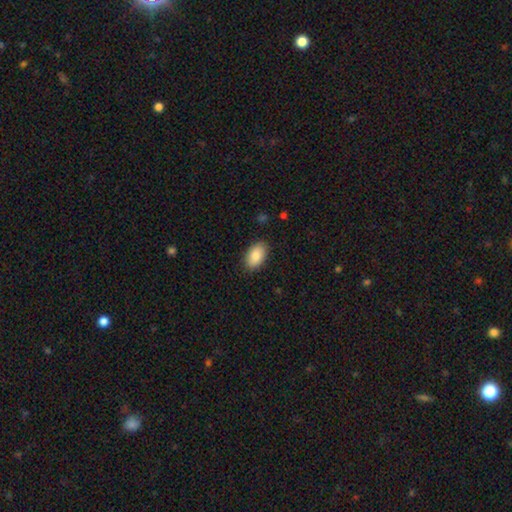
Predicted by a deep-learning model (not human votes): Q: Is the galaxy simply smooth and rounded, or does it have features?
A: smooth — 86%.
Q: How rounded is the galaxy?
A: in between — 93%.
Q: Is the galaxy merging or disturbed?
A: none — 87%.